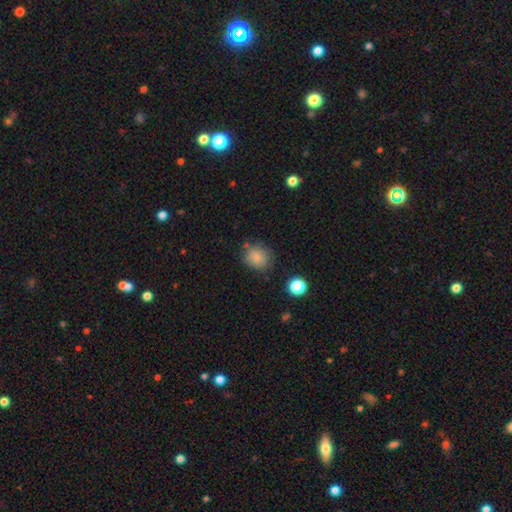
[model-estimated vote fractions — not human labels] This appears to be a smooth galaxy with no disk features (82%) that is round (75%). Merging: none (74%).